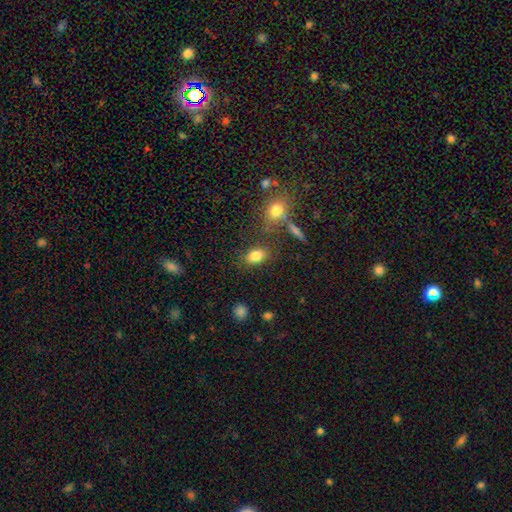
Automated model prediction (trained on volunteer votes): smooth-or-featured: smooth: 82% | star or artifact: 10% | featured or disk: 8%
  how-rounded: in between: 81% | round: 17% | cigar-shaped: 2%
  merging: none: 76% | minor disturbance: 12% | merger: 7% | major disturbance: 4%